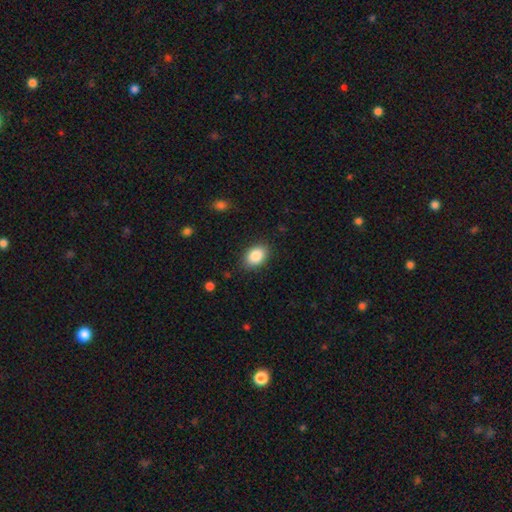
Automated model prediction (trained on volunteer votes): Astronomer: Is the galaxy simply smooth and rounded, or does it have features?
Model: smooth — 87%.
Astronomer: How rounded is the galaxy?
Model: in between — 79%.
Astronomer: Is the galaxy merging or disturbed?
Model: none — 86%.